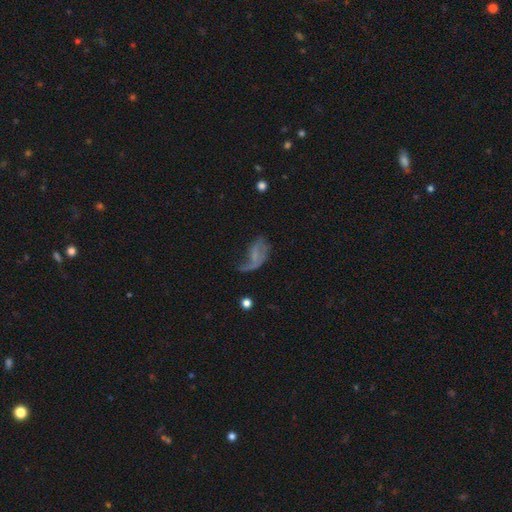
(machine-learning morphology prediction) Smooth or featured?
  - featured or disk: 56% *
  - smooth: 31%
  - star or artifact: 13%
Edge-on disk?
  - no: 95% *
  - yes: 5%
Bar?
  - no: 60% *
  - weak: 28%
  - strong: 12%
Spiral arms?
  - yes: 56% *
  - no: 44%
Bulge size?
  - none: 66% *
  - small: 24%
  - moderate: 7%
  - large: 2%
  - dominant: 1%
Merging?
  - major disturbance: 51% *
  - none: 24%
  - minor disturbance: 20%
  - merger: 5%